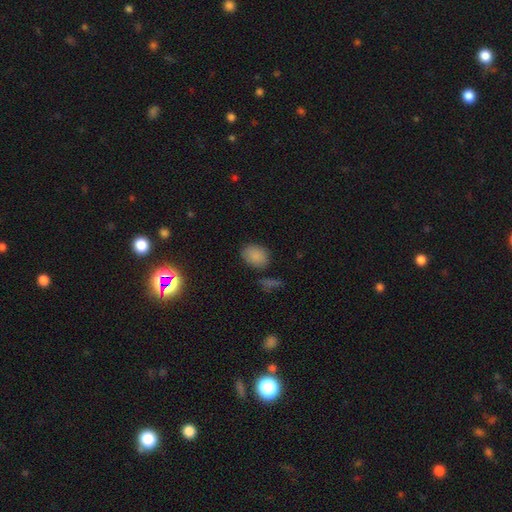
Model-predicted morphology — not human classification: This is clearly a smooth galaxy (86%). How rounded: likely in between (74%). Merging: likely none (79%).